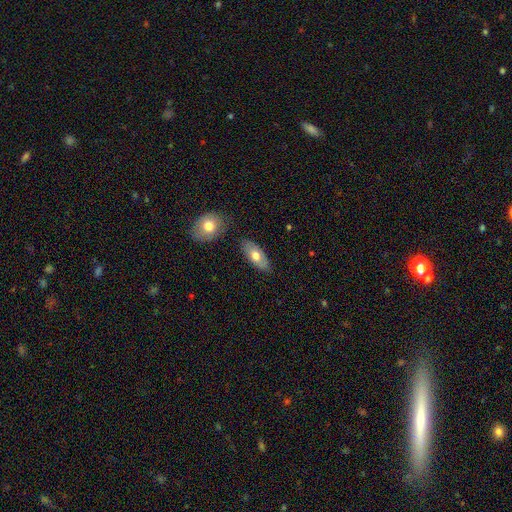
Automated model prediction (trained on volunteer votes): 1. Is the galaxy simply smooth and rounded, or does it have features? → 67% smooth, 27% featured or disk, 6% star or artifact.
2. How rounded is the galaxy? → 88% in between, 9% cigar-shaped, 3% round.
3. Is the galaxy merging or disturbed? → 80% none, 13% minor disturbance, 4% merger, 3% major disturbance.